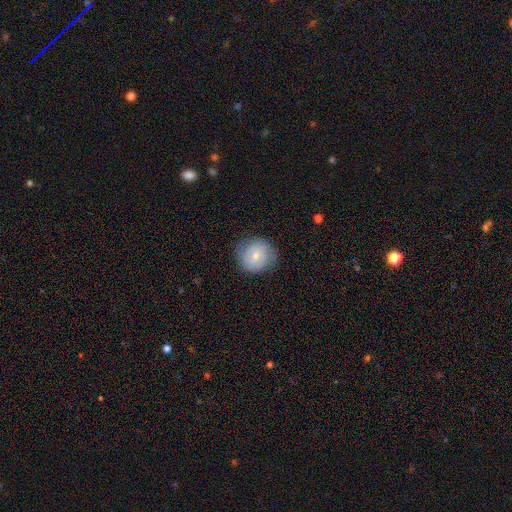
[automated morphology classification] Smooth or featured? smooth (59%)
How rounded? round (88%)
Merging? none (78%)